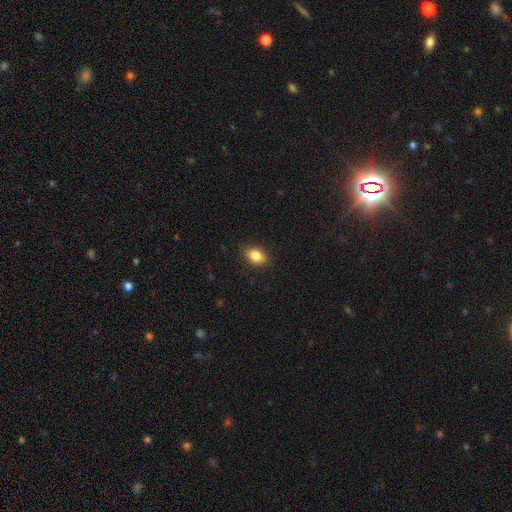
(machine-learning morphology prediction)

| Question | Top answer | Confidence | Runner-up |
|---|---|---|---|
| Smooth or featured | smooth | 85% | star or artifact (9%) |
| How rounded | in between | 75% | round (23%) |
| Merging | none | 87% | minor disturbance (10%) |